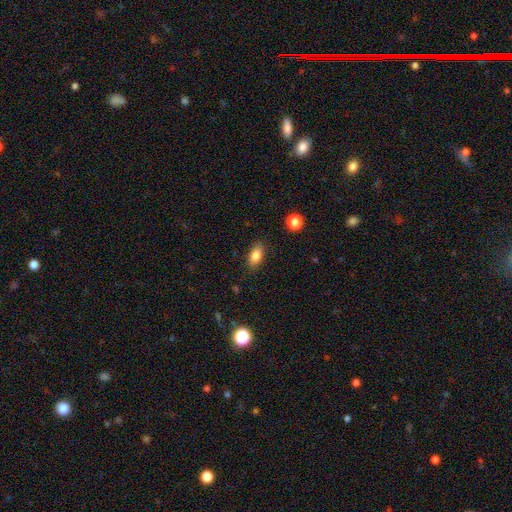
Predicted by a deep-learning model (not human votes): A smooth galaxy with no disk features (83%) that is in between round and cigar-shaped (87%). Merging: none (85%).